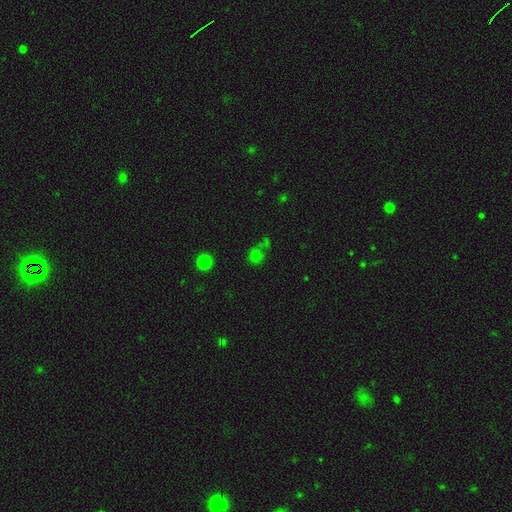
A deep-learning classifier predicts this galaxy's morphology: smooth-or-featured: smooth: 65% | star or artifact: 26% | featured or disk: 9%
  how-rounded: round: 77% | in between: 22% | cigar-shaped: 1%
  merging: none: 51% | merger: 25% | minor disturbance: 14% | major disturbance: 11%